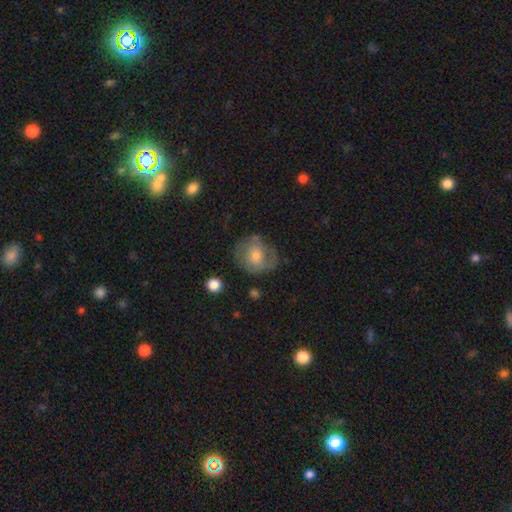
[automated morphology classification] This appears to be a smooth galaxy with no disk features (47%). Merging: none (57%).